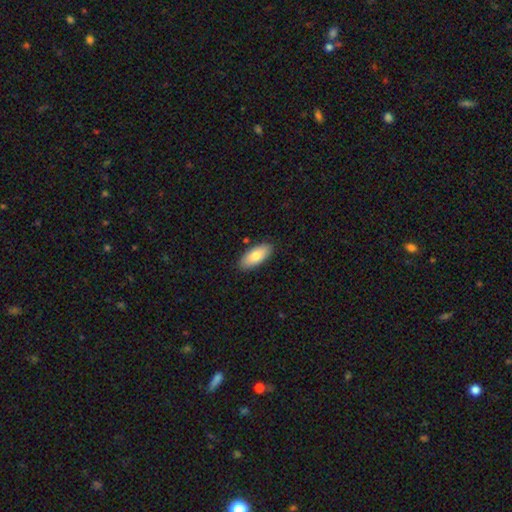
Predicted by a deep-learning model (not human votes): The model was most divided on "smooth or featured": smooth: 81%, featured or disk: 13%, star or artifact: 6%. More confident: merging — none (88%); how rounded — in between (87%).